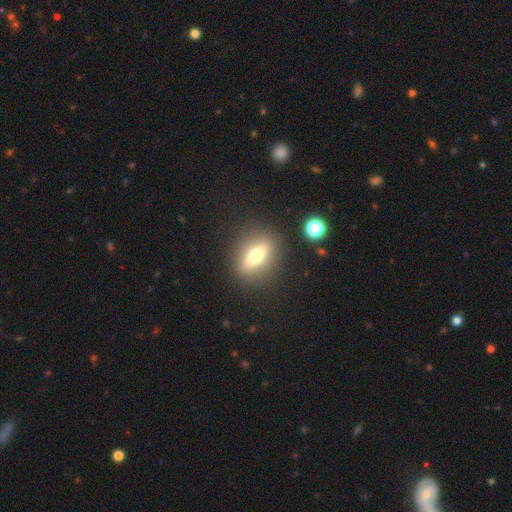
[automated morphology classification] Overall: smooth (54%; featured or disk 35%). How rounded: in between (56%; round 23%). Merging: none (86%).